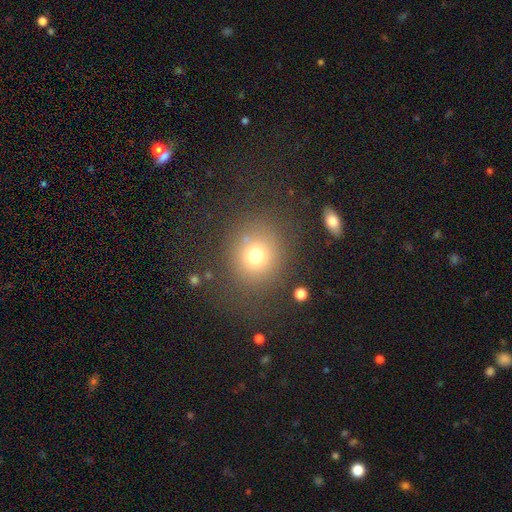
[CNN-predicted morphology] Q: Smooth or featured?
A: smooth (73%); runner-up: star or artifact (16%)
Q: How rounded?
A: round (83%); runner-up: in between (16%)
Q: Merging?
A: none (77%); runner-up: minor disturbance (11%)